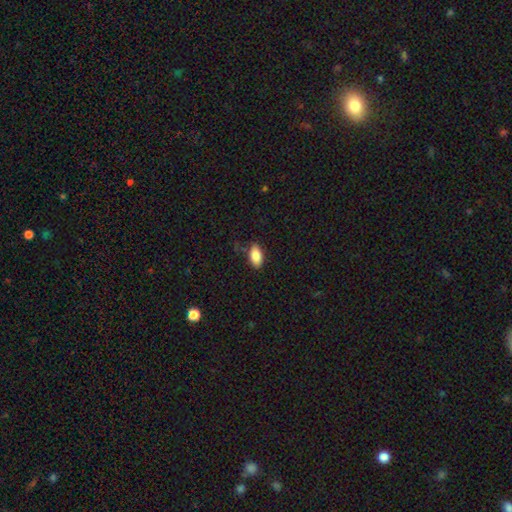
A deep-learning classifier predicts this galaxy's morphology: This is clearly a smooth galaxy (87%). How rounded: clearly in between (92%). Merging: clearly none (81%).